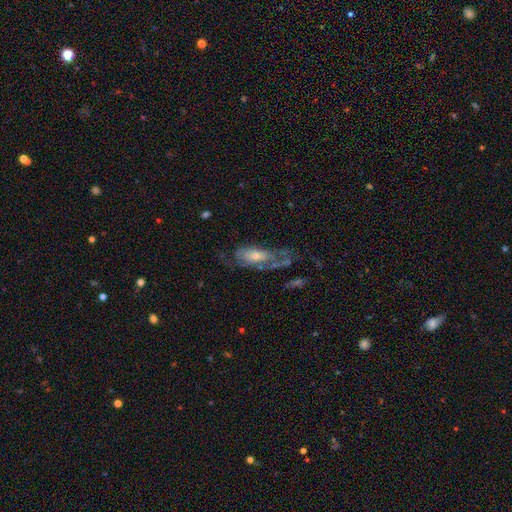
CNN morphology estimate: smooth_or_featured: featured or disk (p=0.66) [alt: smooth p=0.25]
disk_edge_on: no (p=0.87) [alt: yes p=0.13]
bar: no (p=0.74) [alt: weak p=0.21]
has_spiral_arms: yes (p=0.64) [alt: no p=0.36]
bulge_size: small (p=0.46) [alt: moderate p=0.42]
merging: none (p=0.40) [alt: major disturbance p=0.35]